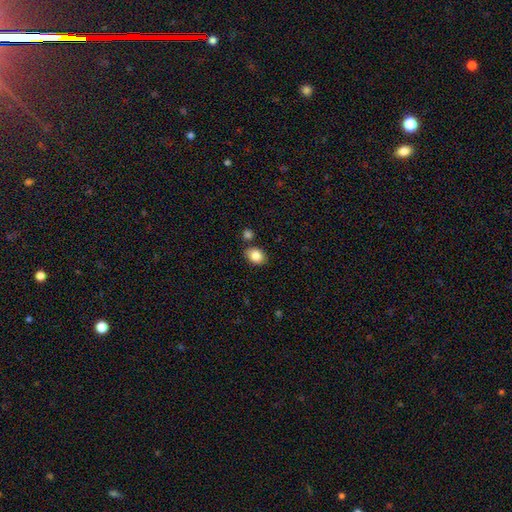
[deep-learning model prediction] Smooth or featured? Predicted: smooth (p=0.85). How rounded? Predicted: in between (p=0.68). Merging? Predicted: none (p=0.78).